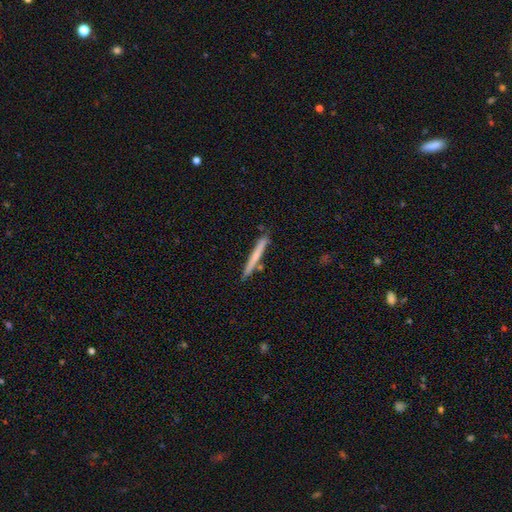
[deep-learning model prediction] Smooth or featured?
  - smooth: 61% *
  - featured or disk: 34%
  - star or artifact: 6%
How rounded?
  - cigar-shaped: 97% *
  - in between: 2%
  - round: 1%
Merging?
  - none: 84% *
  - minor disturbance: 10%
  - merger: 4%
  - major disturbance: 2%